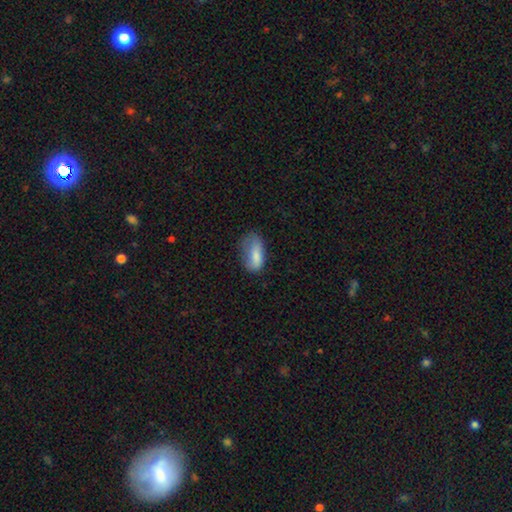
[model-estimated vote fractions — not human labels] Smooth or featured? smooth (78%)
How rounded? in between (87%)
Merging? none (37%)